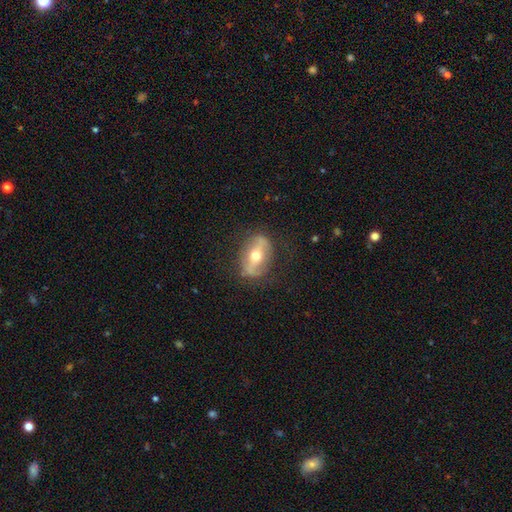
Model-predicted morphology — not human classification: A featured or disk galaxy (68%) with a strong bar (61%), no spiral arms (56%) and a moderate central bulge (71%).

Vote fractions:
- Smooth or featured? featured or disk: 68% / smooth: 25% / star or artifact: 7%
- Edge-on disk? no: 78% / yes: 22%
- Bar? strong: 61% / weak: 21% / no: 18%
- Spiral arms? no: 56% / yes: 44%
- Bulge size? moderate: 71% / small: 21% / large: 6% / dominant: 1% / none: 1%
- Merging? none: 77% / minor disturbance: 15% / major disturbance: 7% / merger: 1%